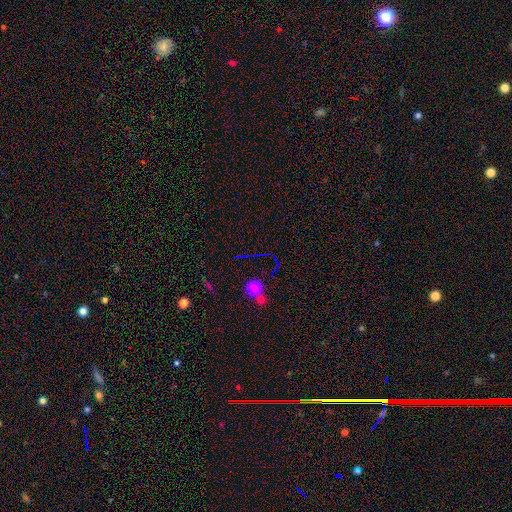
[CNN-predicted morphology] This is possibly a star or artifact rather than a galaxy (57%).